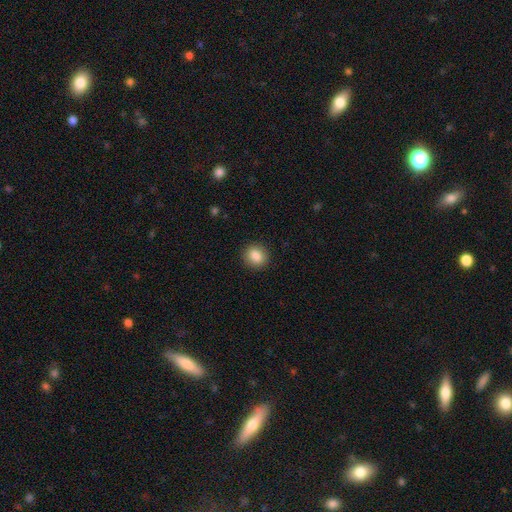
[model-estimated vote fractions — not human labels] Smooth or featured? Predicted: smooth (p=0.87). How rounded? Predicted: round (p=0.75). Merging? Predicted: none (p=0.91).